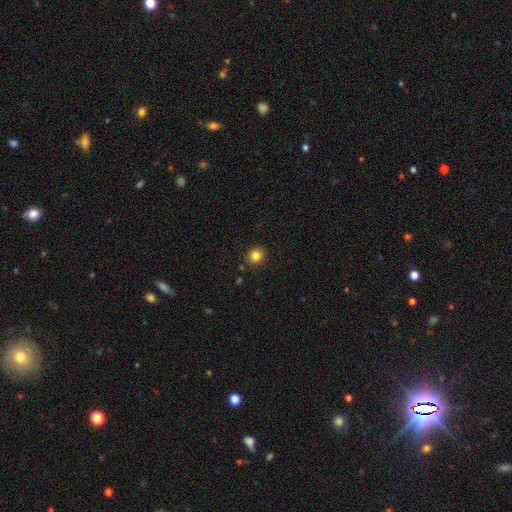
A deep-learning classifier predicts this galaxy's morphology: A smooth galaxy with no disk features (83%) that is round (87%).

Vote fractions:
- Smooth or featured? smooth: 83% / star or artifact: 12% / featured or disk: 5%
- How rounded? round: 87% / in between: 12% / cigar-shaped: 1%
- Merging? none: 90% / minor disturbance: 6% / major disturbance: 2% / merger: 2%